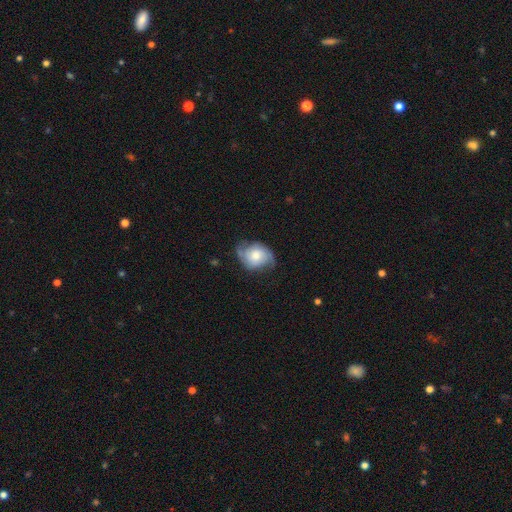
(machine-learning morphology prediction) Smooth or featured? featured or disk (60%)
Edge-on disk? no (97%)
Bar? no (75%)
Spiral arms? yes (89%)
Spiral winding? medium (41%)
Spiral arm count? 2 (81%)
Bulge size? moderate (48%)
Merging? none (59%)